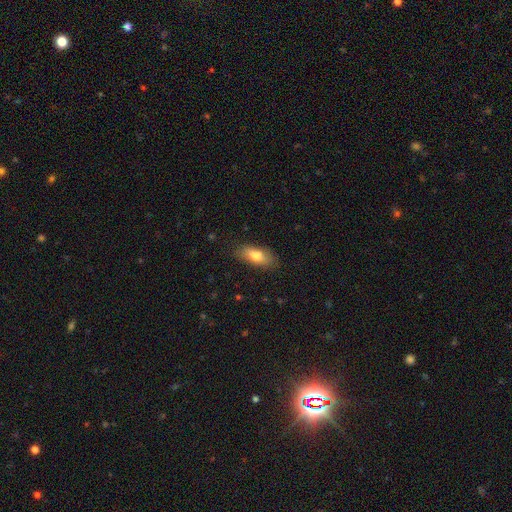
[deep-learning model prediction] Q: Smooth or featured?
A: smooth (78%); runner-up: featured or disk (15%)
Q: How rounded?
A: in between (80%); runner-up: cigar-shaped (17%)
Q: Merging?
A: none (79%); runner-up: minor disturbance (16%)